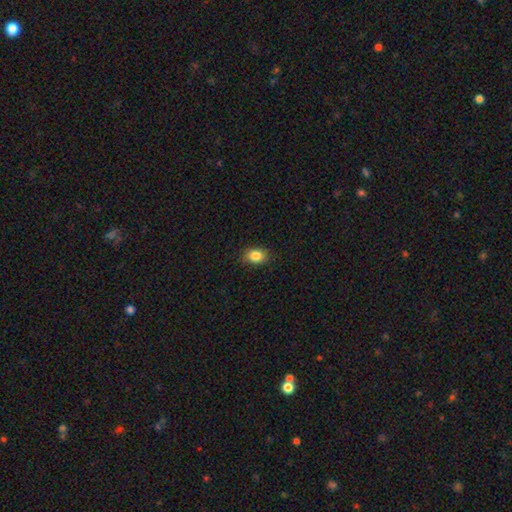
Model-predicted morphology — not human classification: A smooth galaxy with no disk features (85%) that is in between round and cigar-shaped (68%).

Vote fractions:
- Smooth or featured? smooth: 85% / star or artifact: 10% / featured or disk: 6%
- How rounded? in between: 68% / round: 31% / cigar-shaped: 1%
- Merging? none: 85% / minor disturbance: 12% / major disturbance: 2% / merger: 1%